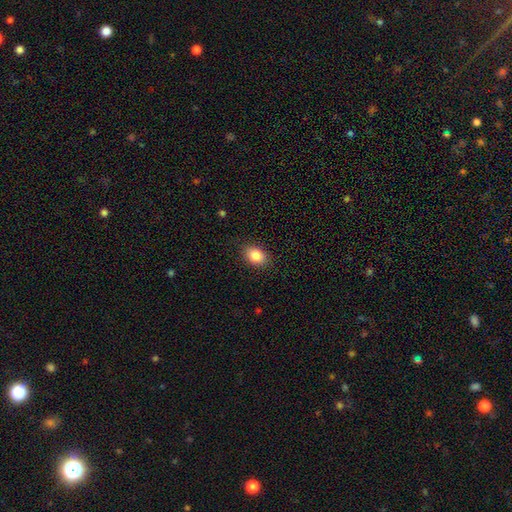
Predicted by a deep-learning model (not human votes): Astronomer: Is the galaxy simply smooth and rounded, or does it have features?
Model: smooth — 87%.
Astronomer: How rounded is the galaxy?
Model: in between — 77%.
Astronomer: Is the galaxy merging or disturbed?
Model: none — 87%.